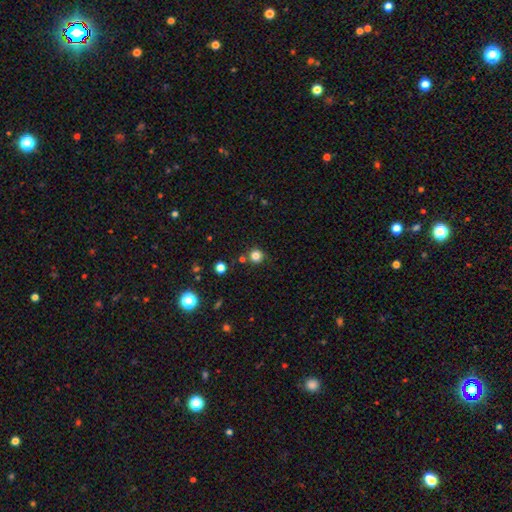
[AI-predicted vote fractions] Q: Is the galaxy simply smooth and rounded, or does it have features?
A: smooth — 81%.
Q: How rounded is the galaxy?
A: round — 94%.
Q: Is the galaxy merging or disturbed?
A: none — 80%.